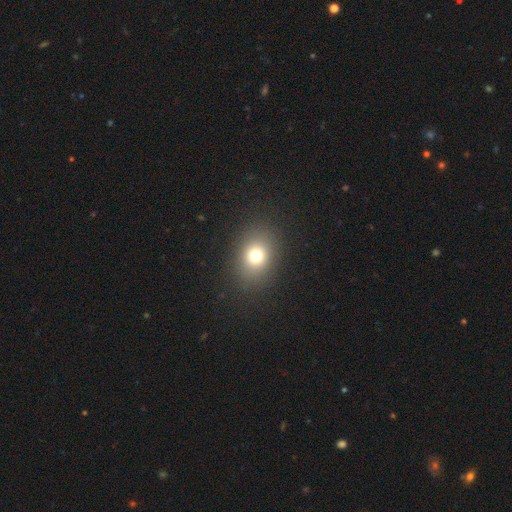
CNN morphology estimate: Q: Smooth or featured?
A: smooth (74%); runner-up: star or artifact (16%)
Q: How rounded?
A: in between (52%); runner-up: round (47%)
Q: Merging?
A: none (87%); runner-up: minor disturbance (8%)